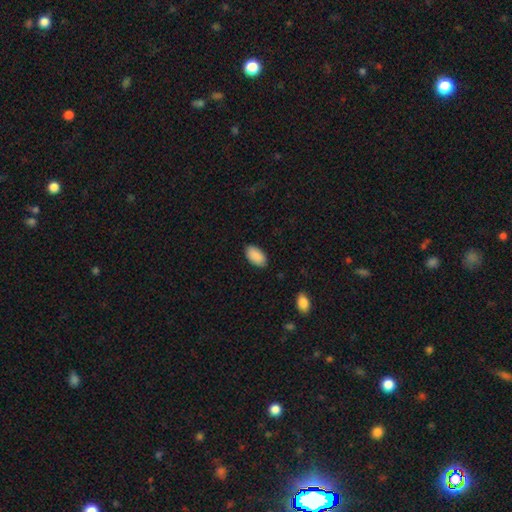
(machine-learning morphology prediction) Overall: smooth (91%). How rounded: in between (96%). Merging: none (87%).